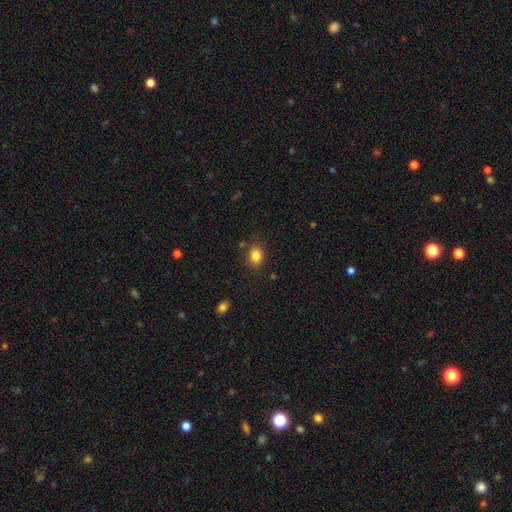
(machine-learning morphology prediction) Smooth or featured: smooth — 84% (star or artifact — 10%)
How rounded: in between — 57% (round — 42%)
Merging: none — 81% (minor disturbance — 12%)